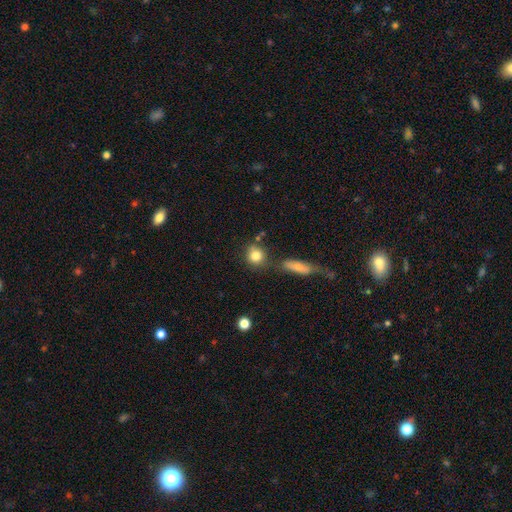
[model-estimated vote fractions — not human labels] Smooth or featured?
  - smooth: 82% *
  - star or artifact: 10%
  - featured or disk: 9%
How rounded?
  - round: 81% *
  - in between: 16%
  - cigar-shaped: 3%
Merging?
  - none: 69% *
  - merger: 14%
  - minor disturbance: 12%
  - major disturbance: 4%